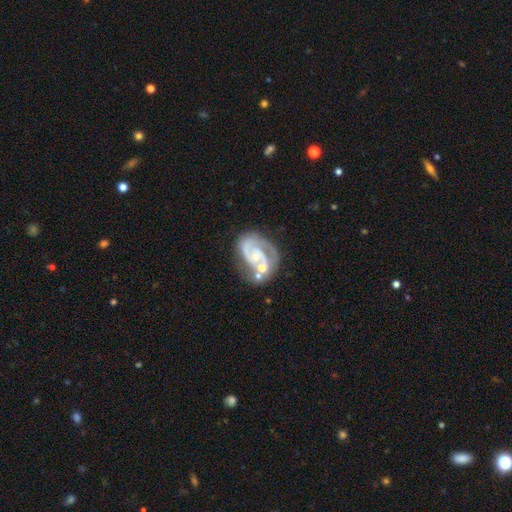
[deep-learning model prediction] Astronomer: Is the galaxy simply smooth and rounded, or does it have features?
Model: featured or disk — 86%.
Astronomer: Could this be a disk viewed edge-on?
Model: no — 98%.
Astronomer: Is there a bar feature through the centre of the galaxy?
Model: no — 62%.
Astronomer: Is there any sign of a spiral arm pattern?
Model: yes — 94%.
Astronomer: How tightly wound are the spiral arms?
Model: medium — 44% (runner-up: tight, 43%).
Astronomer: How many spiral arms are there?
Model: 2 — 67%.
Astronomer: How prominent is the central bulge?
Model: small — 62%.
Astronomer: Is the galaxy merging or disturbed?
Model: none — 45% (runner-up: merger, 23%).